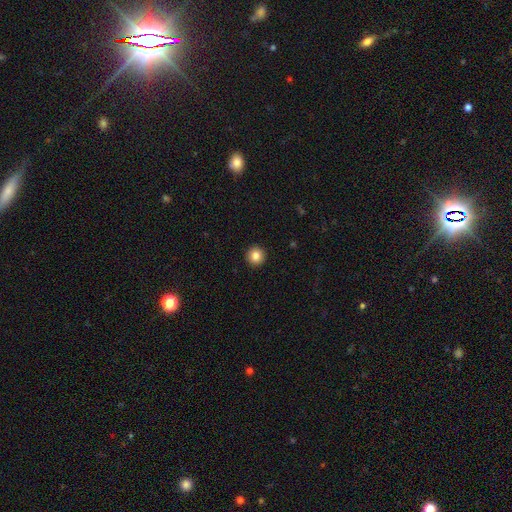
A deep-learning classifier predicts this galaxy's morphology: A smooth galaxy with no disk features (85%) that is round (96%).

Vote fractions:
- Smooth or featured? smooth: 85% / star or artifact: 10% / featured or disk: 5%
- How rounded? round: 96% / in between: 3% / cigar-shaped: 1%
- Merging? none: 94% / minor disturbance: 4% / major disturbance: 1% / merger: 1%